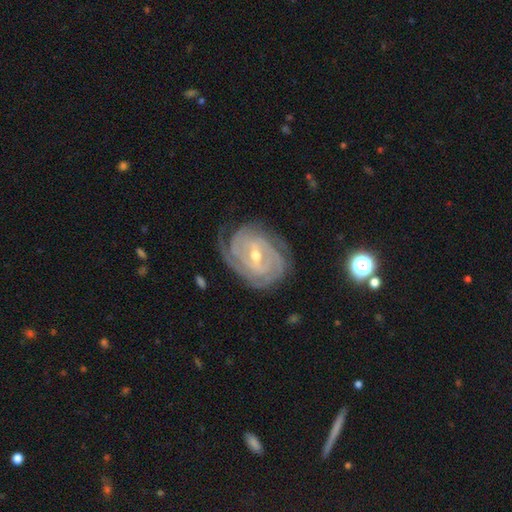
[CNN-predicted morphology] smooth_or_featured: featured or disk (p=0.91) [alt: star or artifact p=0.05]
disk_edge_on: no (p=0.97) [alt: yes p=0.03]
bar: weak (p=0.48) [alt: strong p=0.32]
has_spiral_arms: yes (p=0.98) [alt: no p=0.02]
spiral_winding: tight (p=0.81) [alt: medium p=0.16]
spiral_arm_count: 3 (p=0.29) [alt: 2 p=0.21]
bulge_size: moderate (p=0.52) [alt: small p=0.45]
merging: none (p=0.77) [alt: minor disturbance p=0.16]